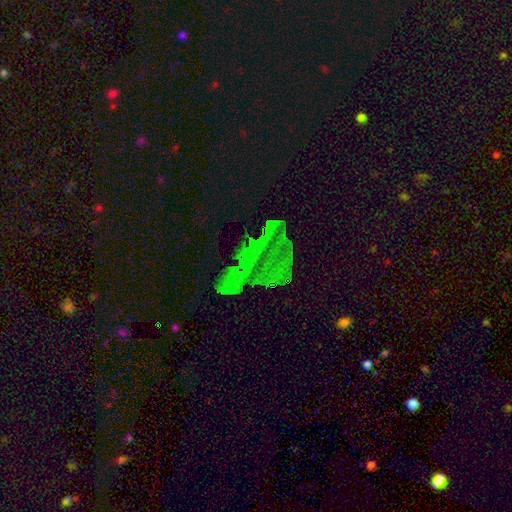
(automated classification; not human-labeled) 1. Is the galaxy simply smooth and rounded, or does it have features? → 48% star or artifact, 29% featured or disk, 23% smooth.